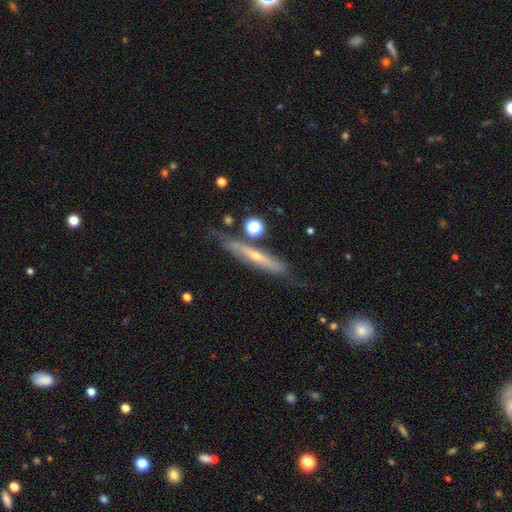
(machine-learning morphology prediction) featured or disk 69%, smooth 24%, star or artifact 7%. Down the decision tree: edge-on disk — yes (82%); edge-on bulge — rounded (62%); merging — none (67%).